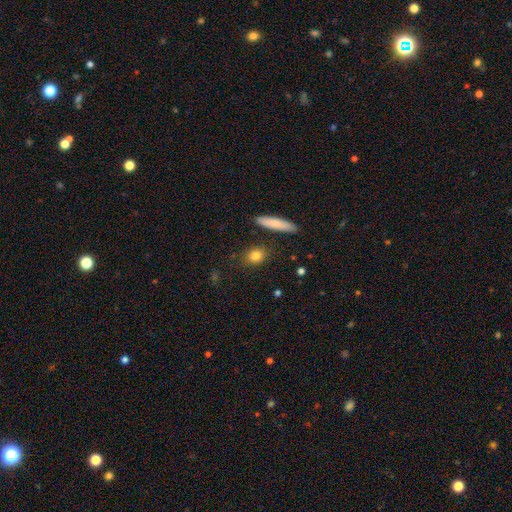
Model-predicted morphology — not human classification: A smooth galaxy with no disk features (82%) that is in between round and cigar-shaped (48%). Merging: none (86%).